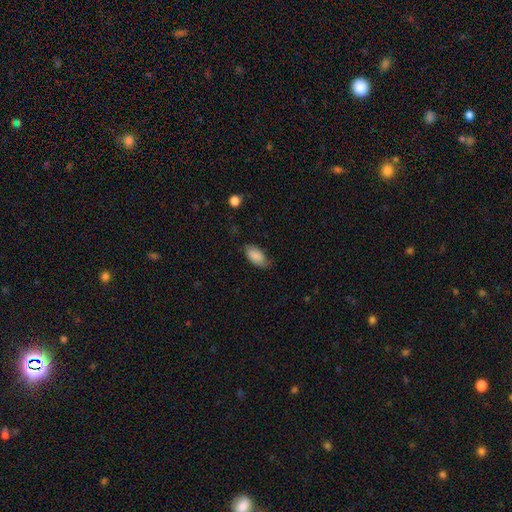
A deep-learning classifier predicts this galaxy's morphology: smooth_or_featured: smooth (p=0.81) [alt: featured or disk p=0.12]
how_rounded: in between (p=0.94) [alt: cigar-shaped p=0.03]
merging: none (p=0.60) [alt: minor disturbance p=0.30]